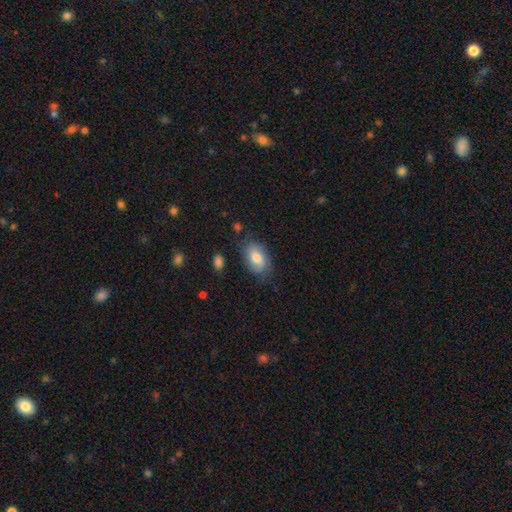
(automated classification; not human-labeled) Q: Smooth or featured?
A: smooth (66%); runner-up: featured or disk (26%)
Q: How rounded?
A: in between (89%); runner-up: round (10%)
Q: Merging?
A: none (70%); runner-up: minor disturbance (22%)